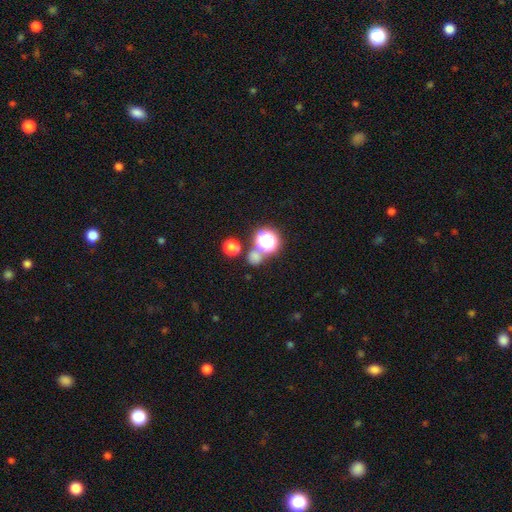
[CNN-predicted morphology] Smooth or featured?
  - smooth: 57% *
  - star or artifact: 35%
  - featured or disk: 8%
How rounded?
  - round: 80% *
  - in between: 18%
  - cigar-shaped: 2%
Merging?
  - none: 64% *
  - merger: 23%
  - minor disturbance: 8%
  - major disturbance: 4%